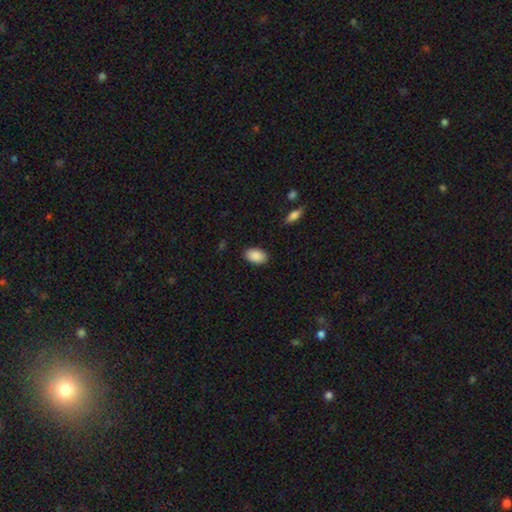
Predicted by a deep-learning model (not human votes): Morphology: type=smooth (90%); roundness=in between (91%); merging=none (87%).